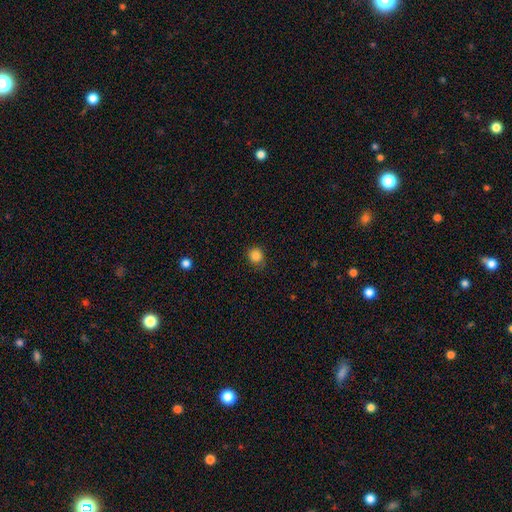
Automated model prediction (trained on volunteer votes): smooth 85%, star or artifact 11%, featured or disk 4%. Down the decision tree: how rounded — round (85%); merging — none (79%).